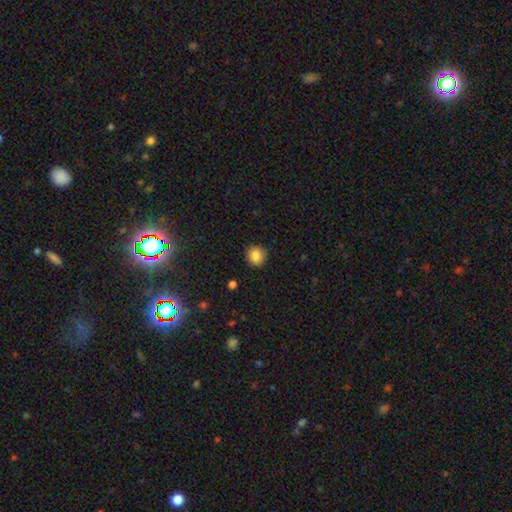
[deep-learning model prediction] Overall: smooth (86%). How rounded: round (83%). Merging: none (87%).